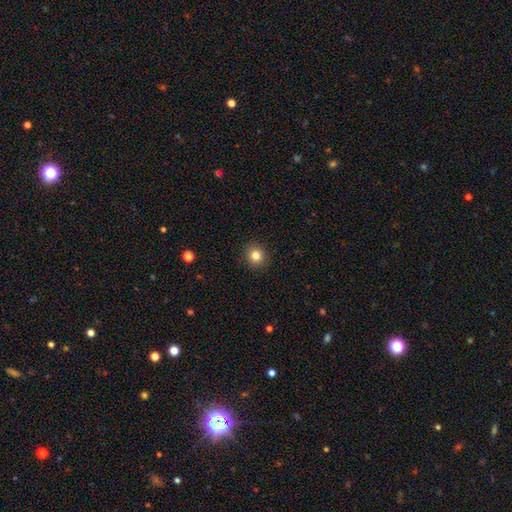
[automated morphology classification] This is clearly a smooth galaxy (82%). How rounded: clearly round (88%). Merging: clearly none (91%).